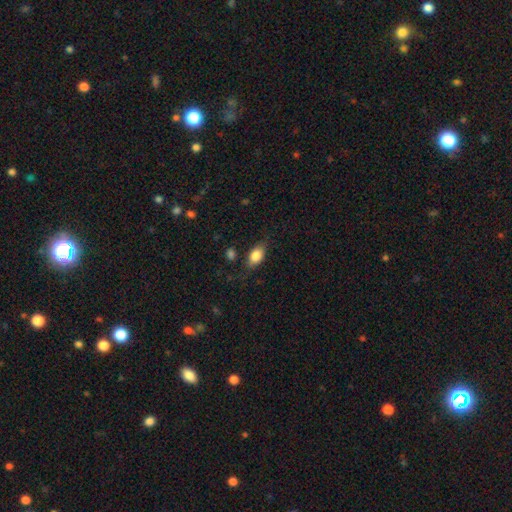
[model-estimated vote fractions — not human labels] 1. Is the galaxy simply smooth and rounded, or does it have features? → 83% smooth, 10% featured or disk, 7% star or artifact.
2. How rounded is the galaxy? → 86% in between, 10% round, 4% cigar-shaped.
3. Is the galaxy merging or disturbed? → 74% none, 18% minor disturbance, 5% major disturbance, 2% merger.